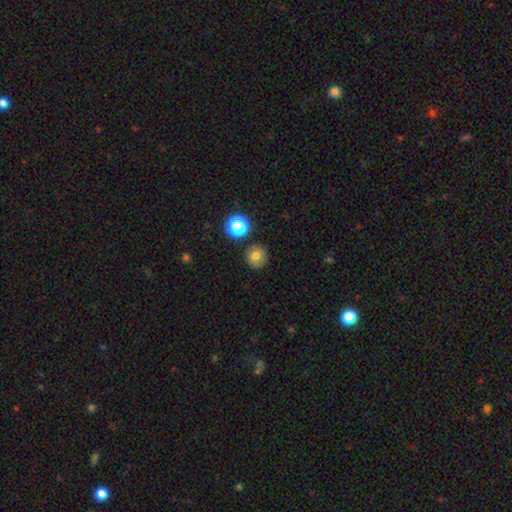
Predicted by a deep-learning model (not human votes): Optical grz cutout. It shows a smooth galaxy with no disk features (72%) that is round (91%). Merging: none (85%).